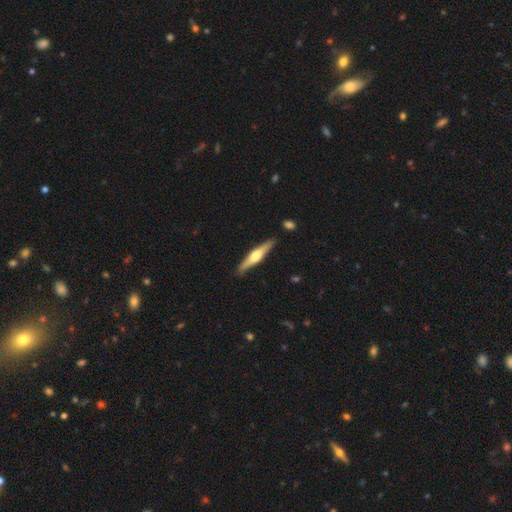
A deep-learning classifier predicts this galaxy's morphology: Smooth or featured?
  - featured or disk: 63% *
  - smooth: 32%
  - star or artifact: 5%
Edge-on disk?
  - yes: 97% *
  - no: 3%
Edge-on bulge?
  - rounded: 90% *
  - boxy: 6%
  - none: 4%
Merging?
  - none: 88% *
  - minor disturbance: 9%
  - merger: 2%
  - major disturbance: 2%